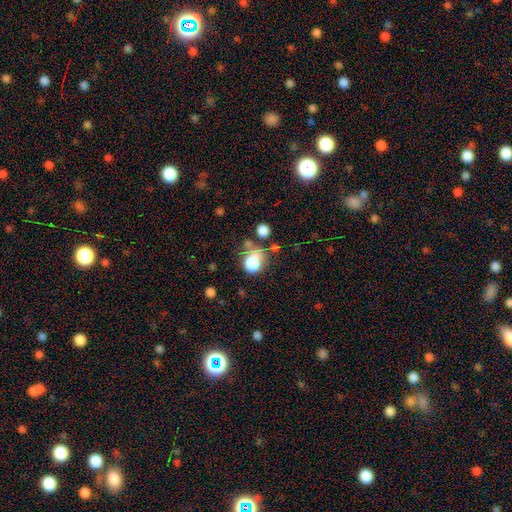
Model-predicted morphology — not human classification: smooth_or_featured: smooth (p=0.74) [alt: star or artifact p=0.14]
how_rounded: round (p=0.64) [alt: in between p=0.35]
merging: none (p=0.39) [alt: merger p=0.24]